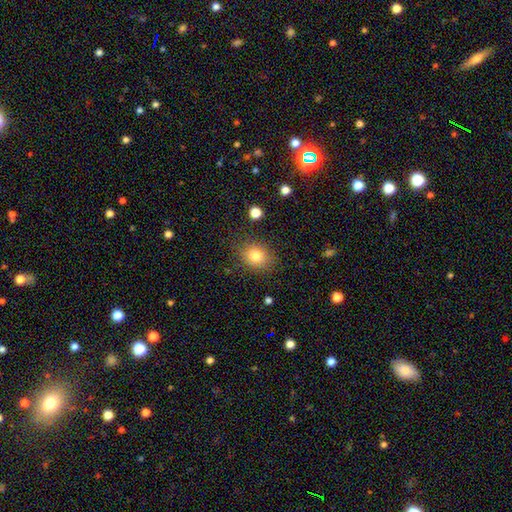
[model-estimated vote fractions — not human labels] A smooth galaxy with no disk features (80%) that is round (57%). Merging: none (82%).